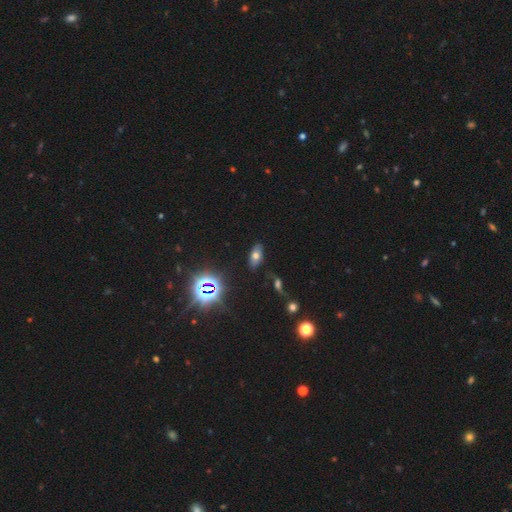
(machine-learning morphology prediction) Smooth or featured: smooth — 55% (star or artifact — 27%)
How rounded: in between — 87% (round — 7%)
Merging: none — 82% (minor disturbance — 11%)